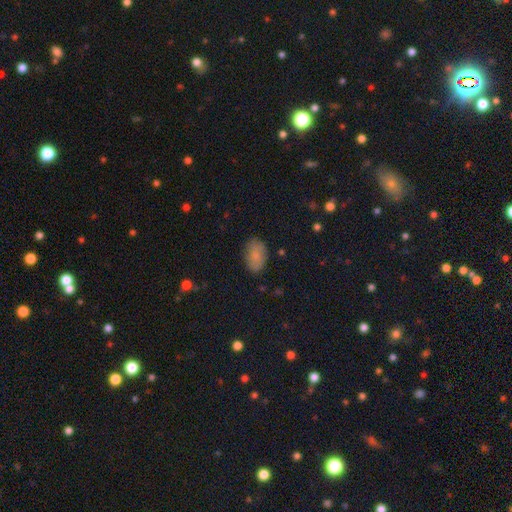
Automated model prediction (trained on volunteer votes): Morphology: type=smooth (80%); roundness=in between (89%); merging=none (80%).